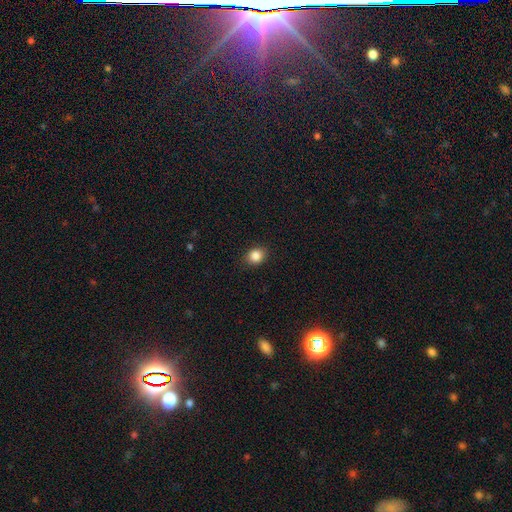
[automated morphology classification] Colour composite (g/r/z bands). It shows a smooth galaxy with no disk features (86%) that is round (65%). Merging: none (88%).